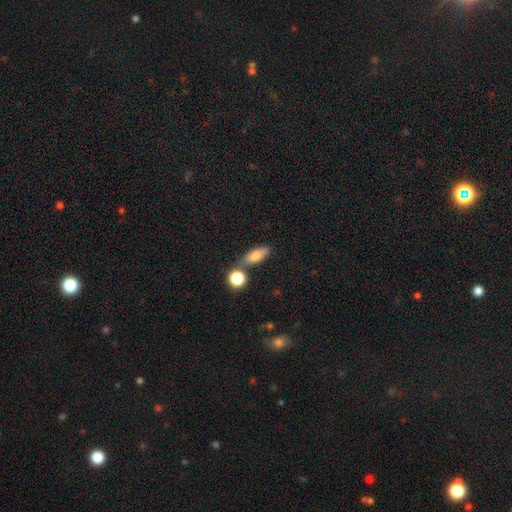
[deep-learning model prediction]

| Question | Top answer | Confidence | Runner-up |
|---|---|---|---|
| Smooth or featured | smooth | 73% | featured or disk (18%) |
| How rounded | in between | 69% | cigar-shaped (23%) |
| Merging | none | 67% | merger (17%) |